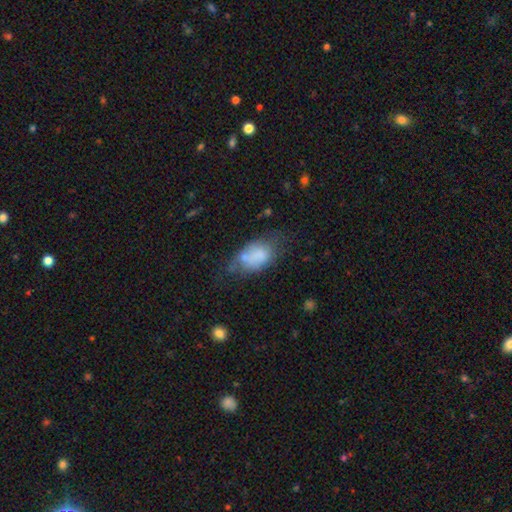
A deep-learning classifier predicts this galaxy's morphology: This appears to be a smooth galaxy with no disk features (67%) that is in between round and cigar-shaped (87%). Merging: none (36%).